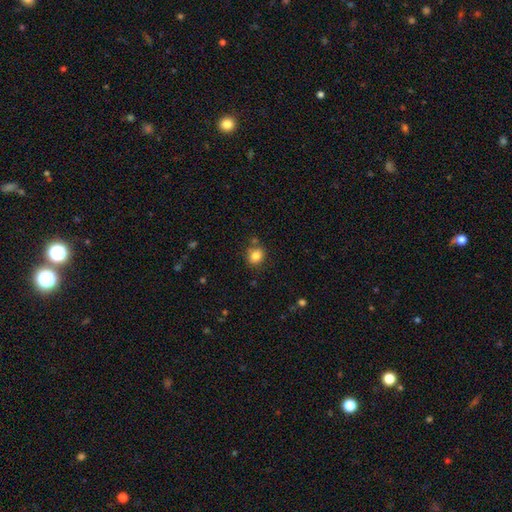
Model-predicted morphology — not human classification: type=smooth (83%); roundness=round (69%); merging=none (75%).